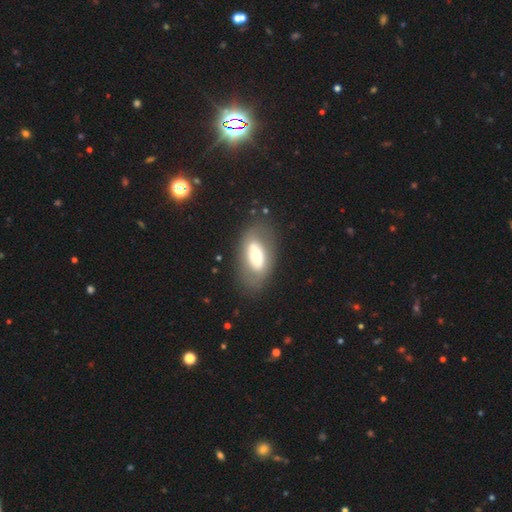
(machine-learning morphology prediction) smooth-or-featured: smooth: 47% | featured or disk: 46% | star or artifact: 7%
  merging: none: 74% | minor disturbance: 14% | major disturbance: 8% | merger: 3%